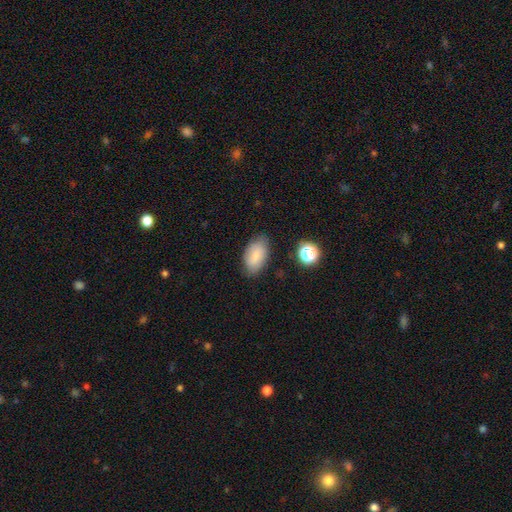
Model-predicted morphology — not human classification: Smooth or featured?
  - smooth: 78% *
  - featured or disk: 14%
  - star or artifact: 8%
How rounded?
  - in between: 93% *
  - round: 5%
  - cigar-shaped: 2%
Merging?
  - none: 78% *
  - minor disturbance: 17%
  - major disturbance: 4%
  - merger: 2%